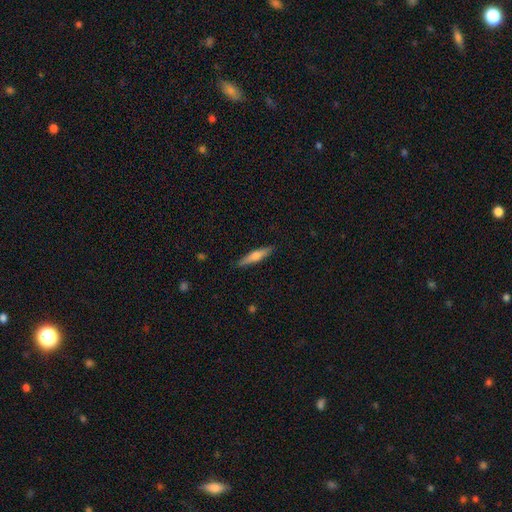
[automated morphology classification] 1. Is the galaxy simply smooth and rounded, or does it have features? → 49% smooth, 45% featured or disk, 6% star or artifact.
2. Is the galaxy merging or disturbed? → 90% none, 7% minor disturbance, 2% major disturbance, 1% merger.